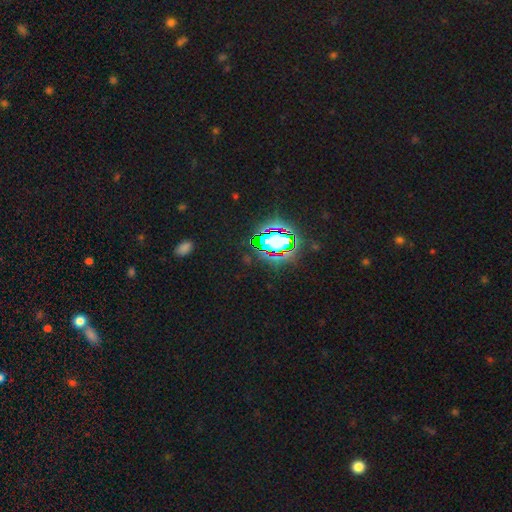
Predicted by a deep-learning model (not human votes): This appears to be a star or artifact, not a galaxy (79%).